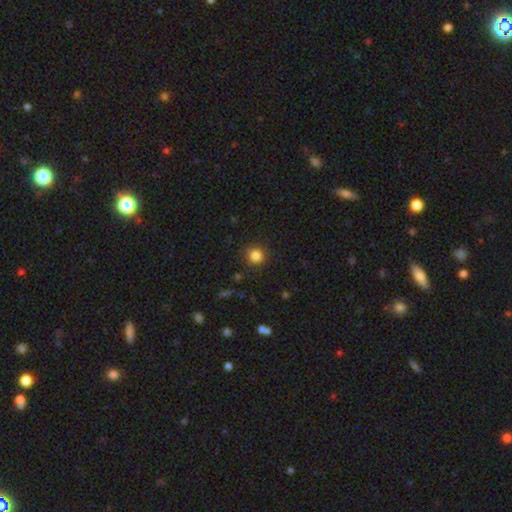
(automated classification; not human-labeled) Smooth or featured? smooth (83%)
How rounded? round (91%)
Merging? none (88%)